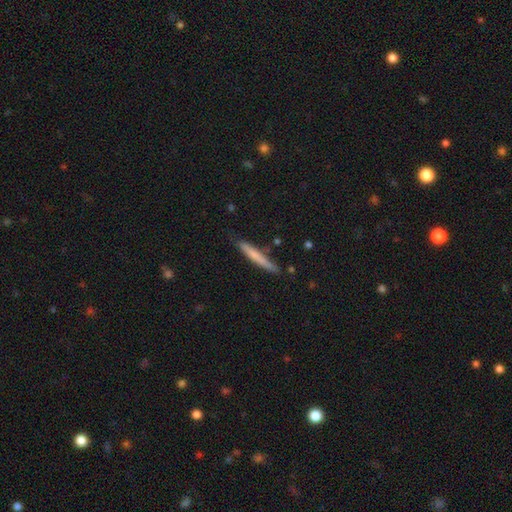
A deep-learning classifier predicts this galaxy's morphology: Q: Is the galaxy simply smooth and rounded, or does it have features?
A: smooth — 64%.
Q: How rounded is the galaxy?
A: cigar-shaped — 95%.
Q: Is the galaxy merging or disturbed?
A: none — 81%.